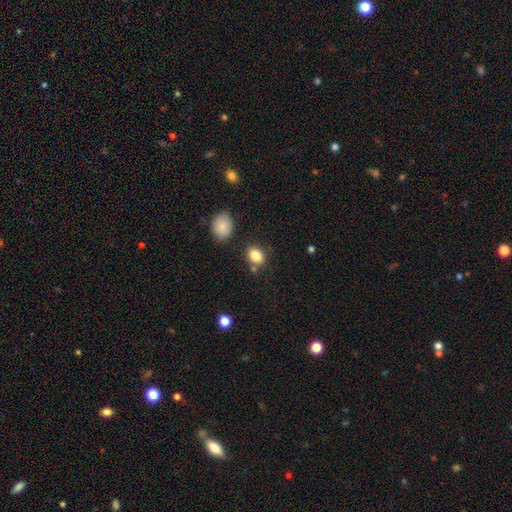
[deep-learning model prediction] smooth-or-featured: smooth: 84% | star or artifact: 10% | featured or disk: 6%
  how-rounded: in between: 62% | round: 36% | cigar-shaped: 1%
  merging: none: 77% | minor disturbance: 12% | merger: 8% | major disturbance: 3%